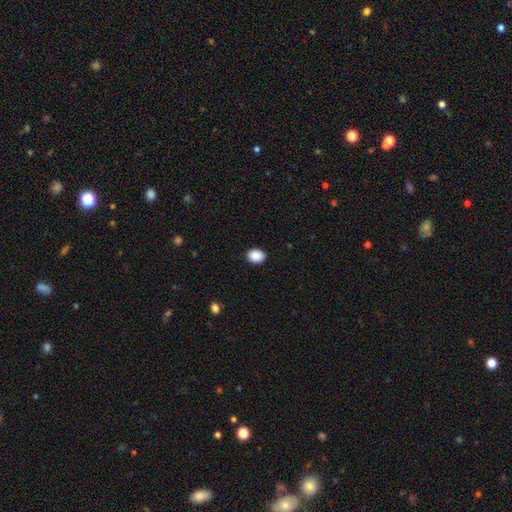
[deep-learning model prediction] smooth_or_featured: smooth (p=0.90) [alt: star or artifact p=0.08]
how_rounded: in between (p=0.59) [alt: round p=0.40]
merging: none (p=0.90) [alt: minor disturbance p=0.07]